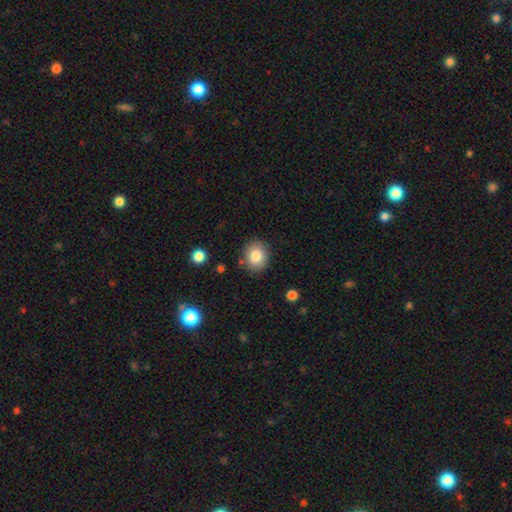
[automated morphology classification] The model was most divided on "how rounded": round: 76%, in between: 23%, cigar-shaped: 1%. More confident: merging — none (85%); smooth or featured — smooth (82%).